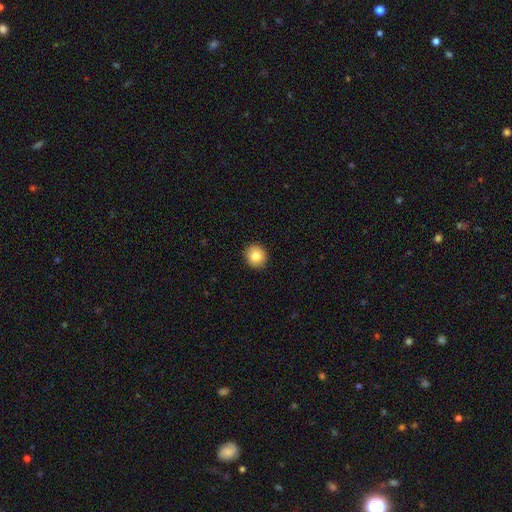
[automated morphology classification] This appears to be a smooth galaxy with no disk features (84%) that is round (86%). Merging: none (92%).